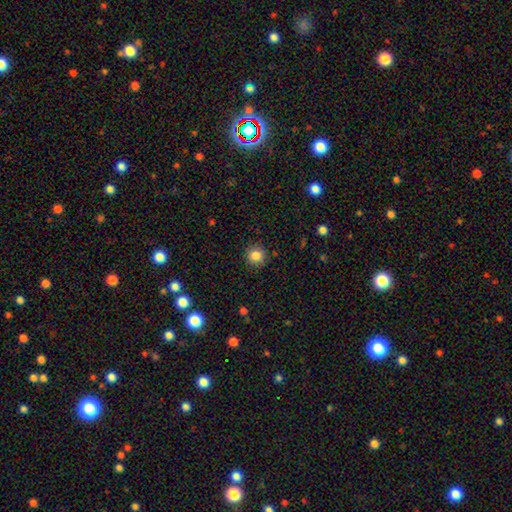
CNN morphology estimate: Smooth or featured?
  - smooth: 84% *
  - star or artifact: 11%
  - featured or disk: 5%
How rounded?
  - round: 92% *
  - in between: 7%
  - cigar-shaped: 1%
Merging?
  - none: 90% *
  - minor disturbance: 7%
  - major disturbance: 2%
  - merger: 1%